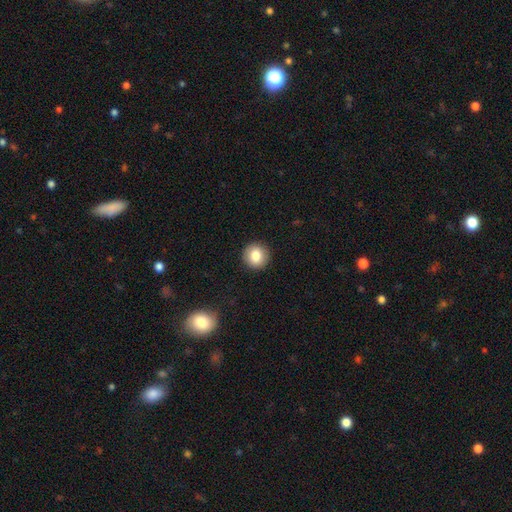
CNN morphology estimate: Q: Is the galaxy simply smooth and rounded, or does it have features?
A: smooth — 82%.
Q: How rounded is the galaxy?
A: round — 92%.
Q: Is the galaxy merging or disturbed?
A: none — 92%.